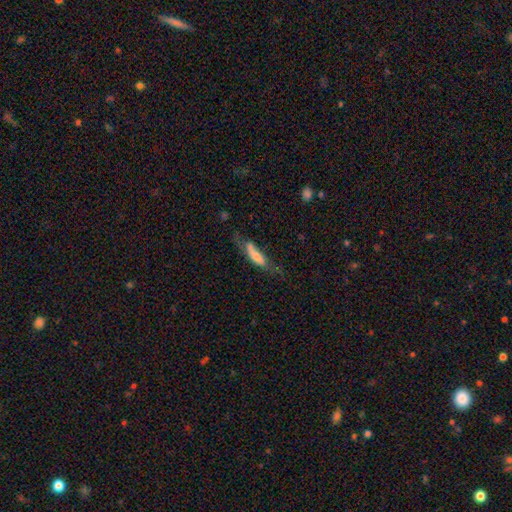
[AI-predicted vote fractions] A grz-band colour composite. It shows a smooth galaxy with no disk features (58%) that is cigar-shaped (56%). Merging: none (35%).